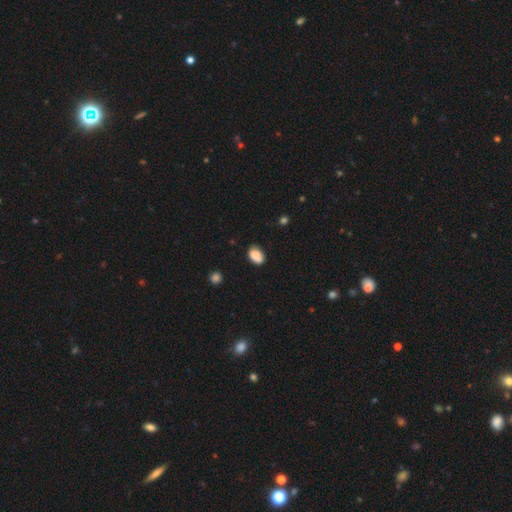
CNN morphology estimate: Smooth or featured: smooth — 87% (star or artifact — 8%)
How rounded: in between — 84% (round — 14%)
Merging: none — 78% (minor disturbance — 17%)